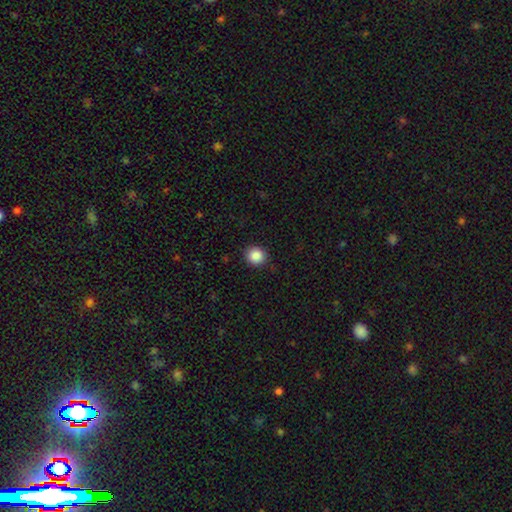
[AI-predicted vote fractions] Overall: smooth (87%). How rounded: round (90%). Merging: none (91%).